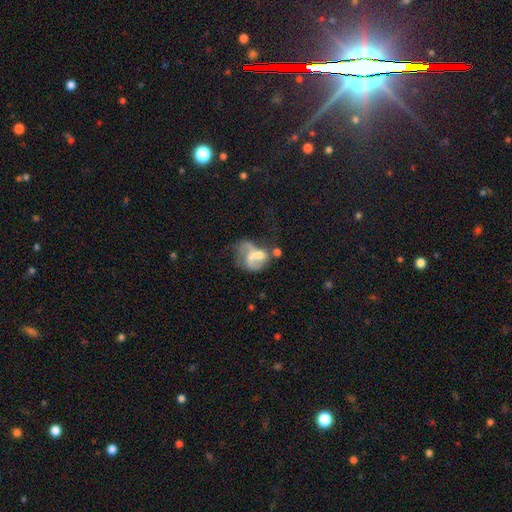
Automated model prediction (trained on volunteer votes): A featured or disk galaxy (54%) with no bar (71%), spiral arms (50%, tied with no) and a moderate central bulge (36%).

Vote fractions:
- Smooth or featured? featured or disk: 54% / smooth: 35% / star or artifact: 11%
- Edge-on disk? no: 98% / yes: 2%
- Bar? no: 71% / weak: 23% / strong: 6%
- Spiral arms? yes: 50% (tied) / no: 50% (tied)
- Bulge size? moderate: 36% / none: 27% / small: 25% / large: 10% / dominant: 2%
- Merging? major disturbance: 36% / merger: 31% / none: 18% / minor disturbance: 15%